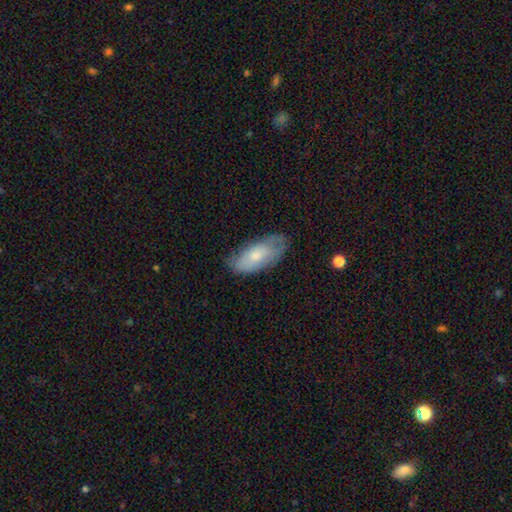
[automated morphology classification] Smooth or featured? smooth (66%)
How rounded? in between (89%)
Merging? none (62%)